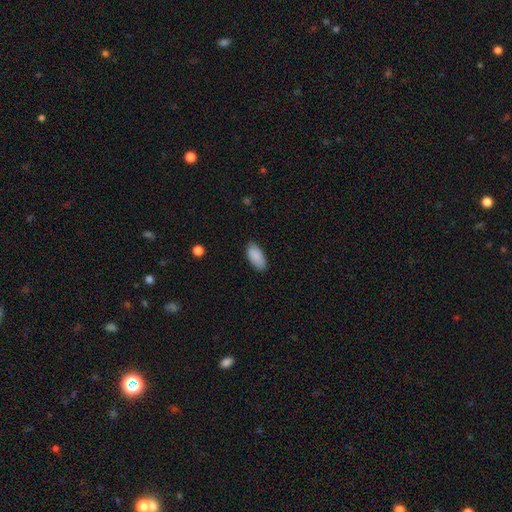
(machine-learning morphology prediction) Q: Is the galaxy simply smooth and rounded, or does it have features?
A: smooth — 89%.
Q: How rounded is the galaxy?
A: in between — 94%.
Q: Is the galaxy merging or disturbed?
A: none — 83%.